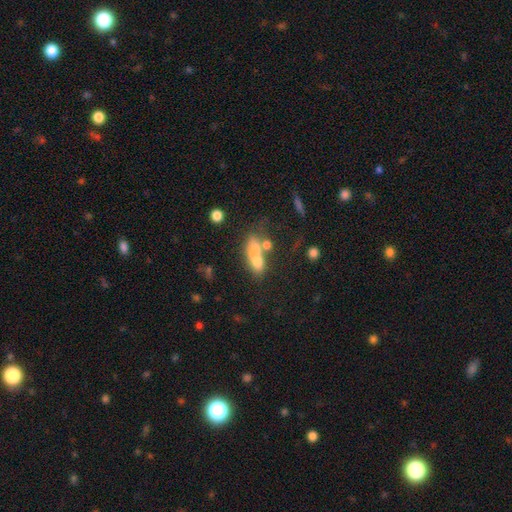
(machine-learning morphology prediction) smooth 62%, featured or disk 25%, star or artifact 13%. Down the decision tree: how rounded — in between (66%); merging — merger (48%).